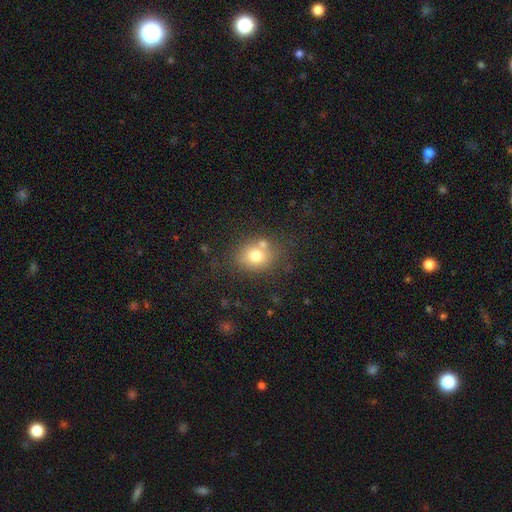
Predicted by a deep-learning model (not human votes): Smooth or featured? Predicted: smooth (p=0.74). How rounded? Predicted: round (p=0.60). Merging? Predicted: none (p=0.64).